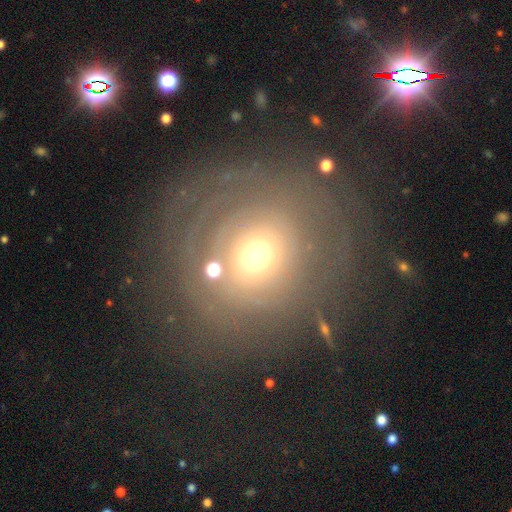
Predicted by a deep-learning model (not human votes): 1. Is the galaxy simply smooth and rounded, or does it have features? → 56% featured or disk, 30% smooth, 14% star or artifact.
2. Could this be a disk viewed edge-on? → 95% no, 5% yes.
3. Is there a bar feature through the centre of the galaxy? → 82% no, 13% weak, 5% strong.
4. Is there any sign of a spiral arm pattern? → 59% yes, 41% no.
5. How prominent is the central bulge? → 44% moderate, 41% small, 10% large, 3% dominant, 2% none.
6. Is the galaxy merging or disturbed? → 70% none, 14% minor disturbance, 12% major disturbance, 3% merger.